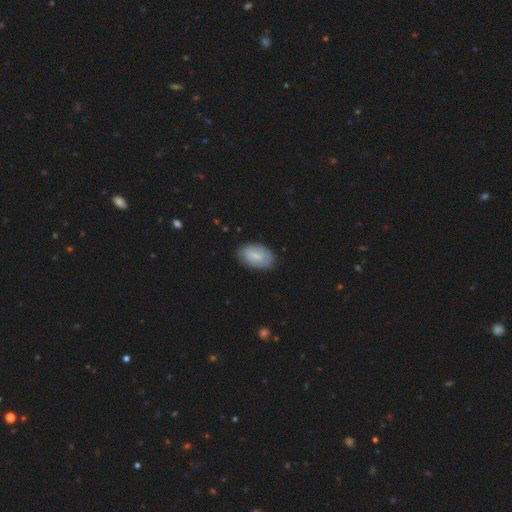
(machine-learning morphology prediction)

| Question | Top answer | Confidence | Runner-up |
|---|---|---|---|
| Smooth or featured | smooth | 69% | featured or disk (24%) |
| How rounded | in between | 92% | round (7%) |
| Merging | none | 80% | minor disturbance (15%) |